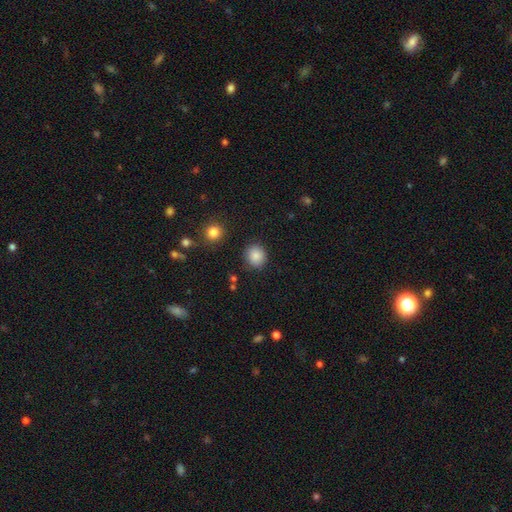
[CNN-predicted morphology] Q: Smooth or featured?
A: smooth (87%); runner-up: star or artifact (9%)
Q: How rounded?
A: round (85%); runner-up: in between (14%)
Q: Merging?
A: none (88%); runner-up: minor disturbance (8%)